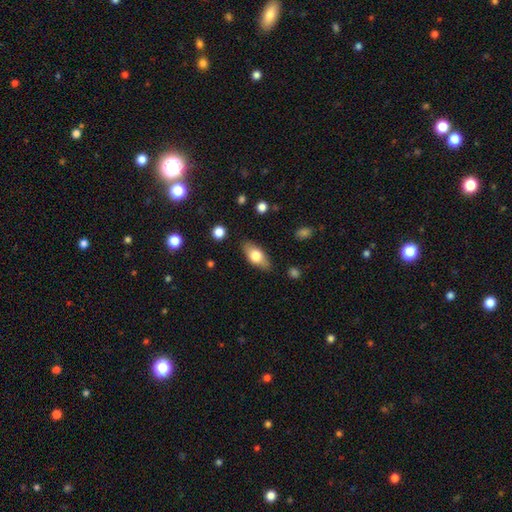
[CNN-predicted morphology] Overall: smooth (69%). How rounded: in between (85%). Merging: none (82%).